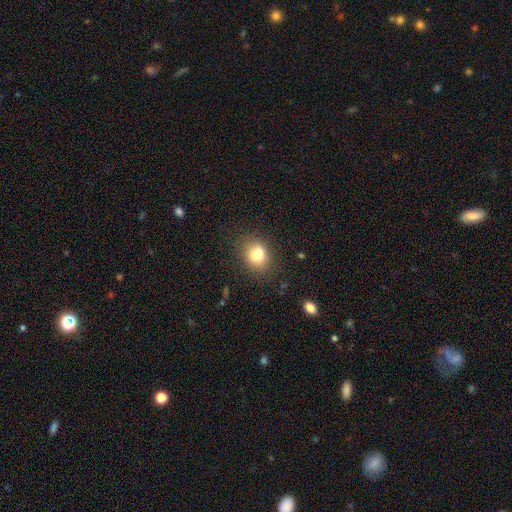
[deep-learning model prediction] Smooth or featured: smooth — 70% (featured or disk — 18%)
How rounded: round — 59% (in between — 40%)
Merging: none — 49% (merger — 31%)